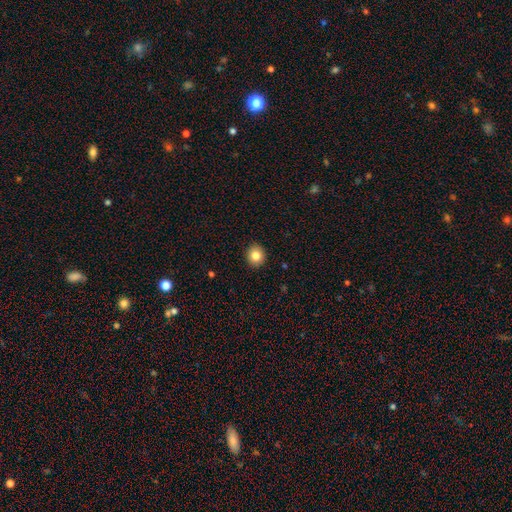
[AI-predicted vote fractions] Q: Smooth or featured?
A: smooth (83%); runner-up: star or artifact (10%)
Q: How rounded?
A: round (84%); runner-up: in between (15%)
Q: Merging?
A: none (92%); runner-up: minor disturbance (6%)